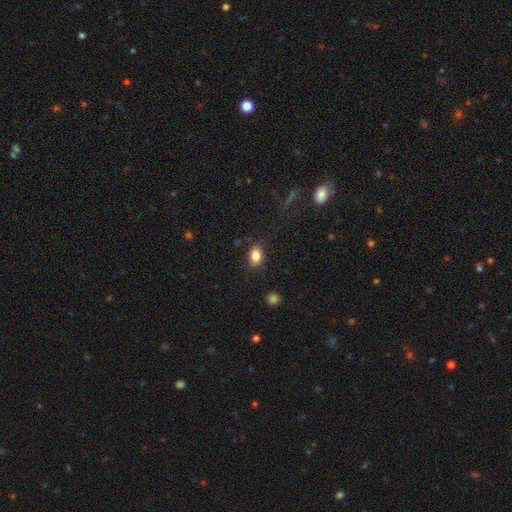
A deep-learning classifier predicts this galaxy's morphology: Smooth or featured: smooth — 85% (star or artifact — 9%)
How rounded: in between — 81% (round — 18%)
Merging: none — 84% (minor disturbance — 11%)